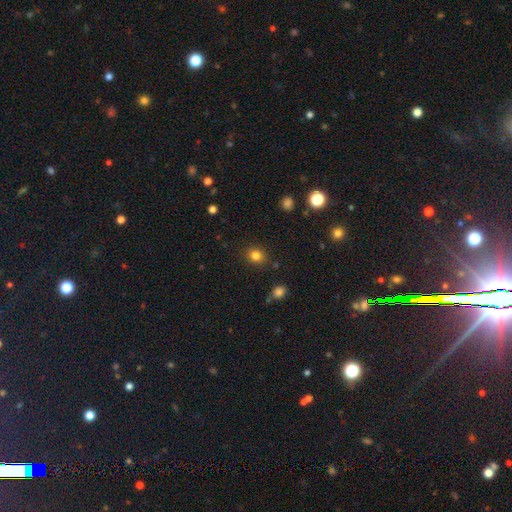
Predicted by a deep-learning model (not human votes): A smooth galaxy with no disk features (82%) that is round (74%). Merging: none (87%).